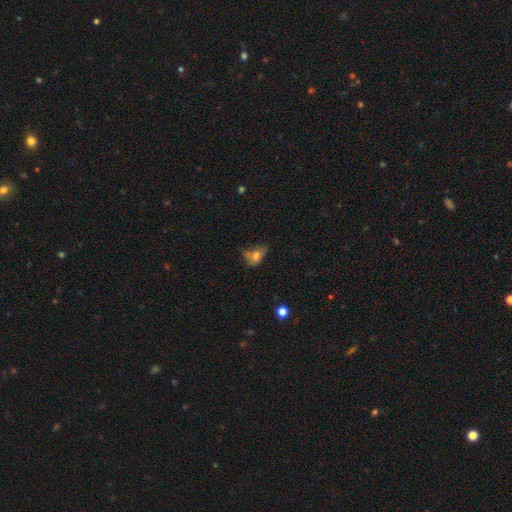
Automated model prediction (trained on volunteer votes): Morphology: type=smooth (67%); roundness=in between (81%); merging=none (33%).